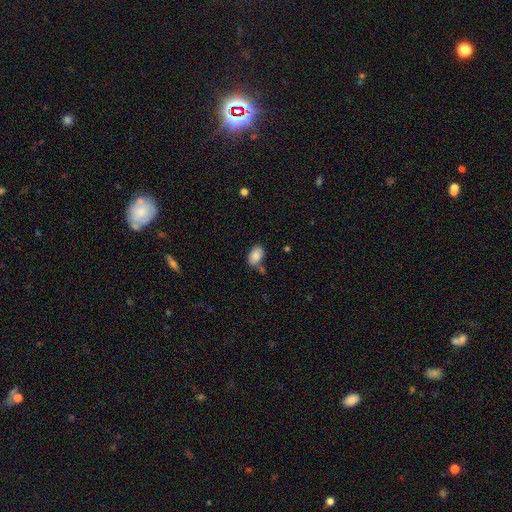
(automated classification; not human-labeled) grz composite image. It shows a smooth galaxy with no disk features (86%) that is in between round and cigar-shaped (90%). Merging: none (71%).